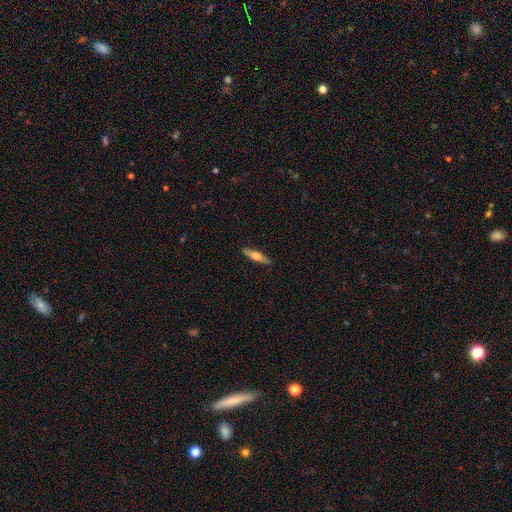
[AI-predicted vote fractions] This is possibly a smooth galaxy (55%). How rounded: likely cigar-shaped (75%). Merging: clearly none (88%).